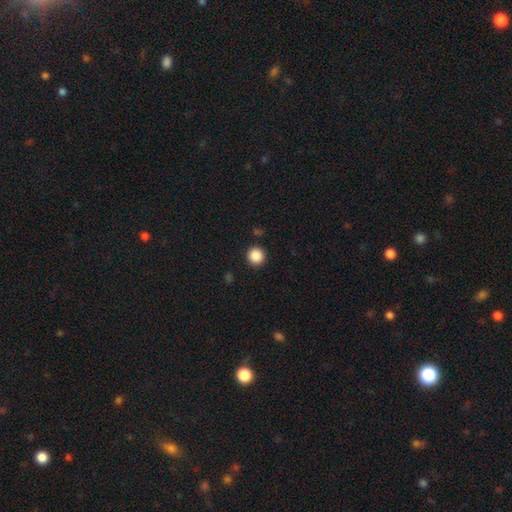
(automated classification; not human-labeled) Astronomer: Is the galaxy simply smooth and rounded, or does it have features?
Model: smooth — 87%.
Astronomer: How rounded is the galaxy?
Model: round — 95%.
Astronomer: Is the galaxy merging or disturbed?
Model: none — 92%.